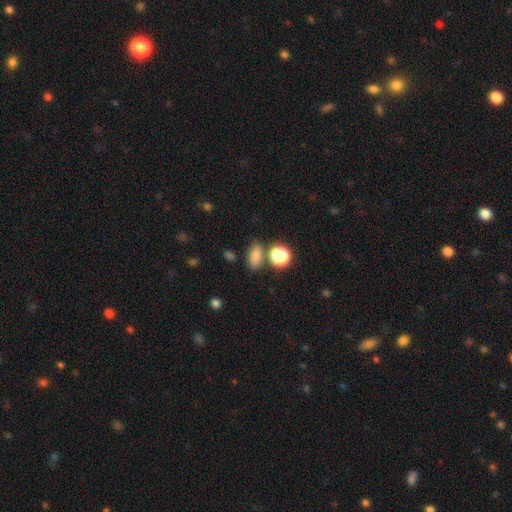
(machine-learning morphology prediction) Smooth or featured?
  - smooth: 80% *
  - star or artifact: 14%
  - featured or disk: 6%
How rounded?
  - in between: 78% *
  - round: 18%
  - cigar-shaped: 3%
Merging?
  - none: 71% *
  - minor disturbance: 12%
  - merger: 12%
  - major disturbance: 4%